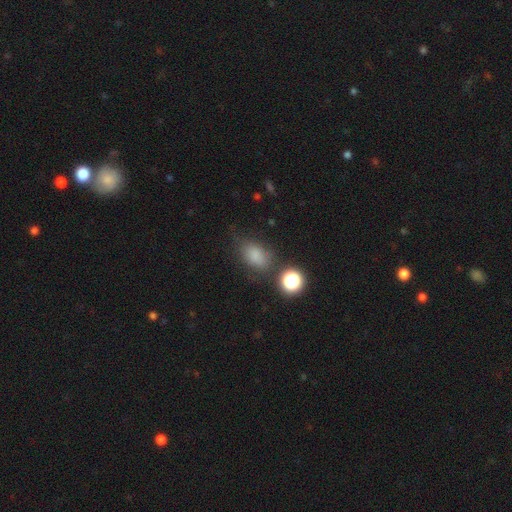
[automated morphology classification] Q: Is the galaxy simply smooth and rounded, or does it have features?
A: smooth — 79%.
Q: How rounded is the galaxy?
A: in between — 75%.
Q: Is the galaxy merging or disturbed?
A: none — 65%.